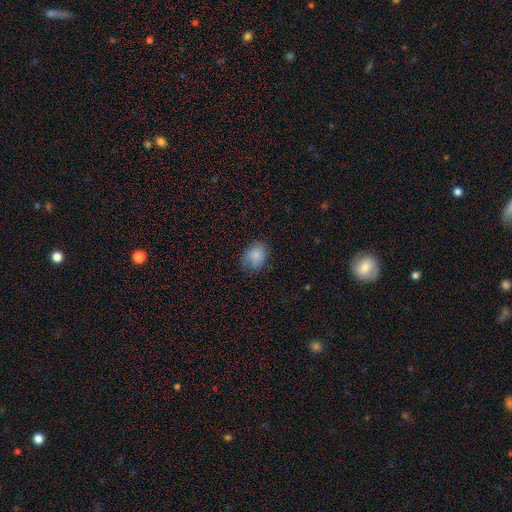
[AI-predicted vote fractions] Overall: smooth (84%). How rounded: in between (55%; round 44%). Merging: none (76%).